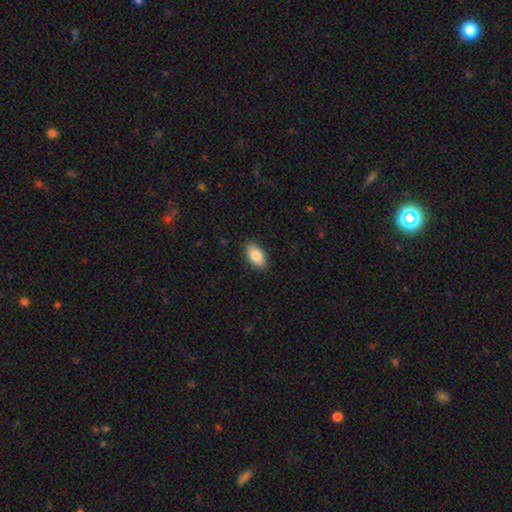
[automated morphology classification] This is clearly a smooth galaxy (85%). How rounded: clearly in between (94%). Merging: clearly none (89%).